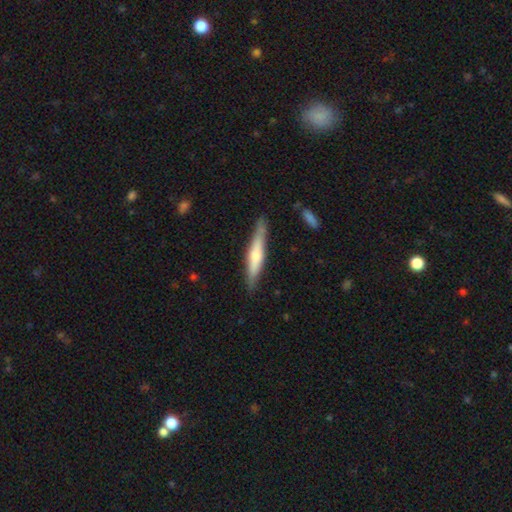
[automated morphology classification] Smooth or featured? smooth (49%)
Merging? none (84%)